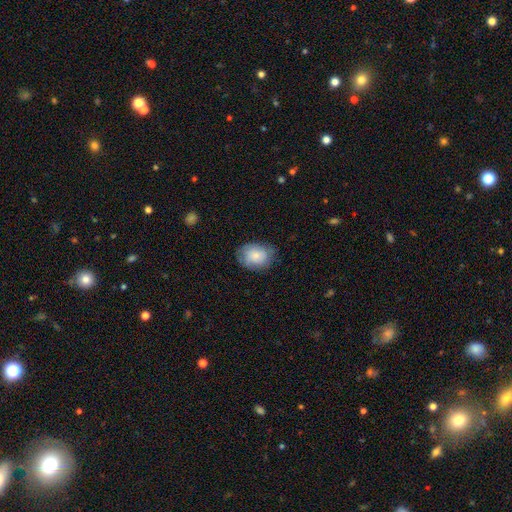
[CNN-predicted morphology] Q: Smooth or featured?
A: smooth (72%); runner-up: featured or disk (21%)
Q: How rounded?
A: in between (67%); runner-up: round (32%)
Q: Merging?
A: none (73%); runner-up: minor disturbance (20%)